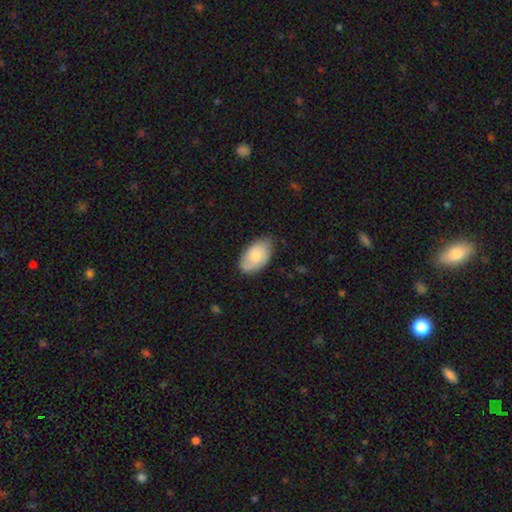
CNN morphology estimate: Smooth or featured: smooth — 62% (featured or disk — 32%)
How rounded: in between — 93% (round — 6%)
Merging: none — 71% (minor disturbance — 24%)